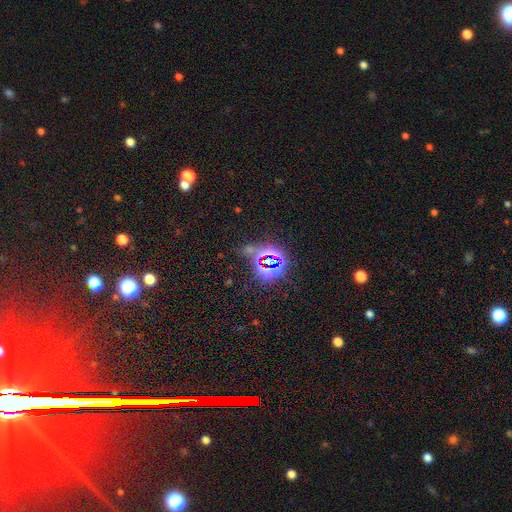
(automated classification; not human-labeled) smooth-or-featured: star or artifact: 73% | smooth: 16% | featured or disk: 11%